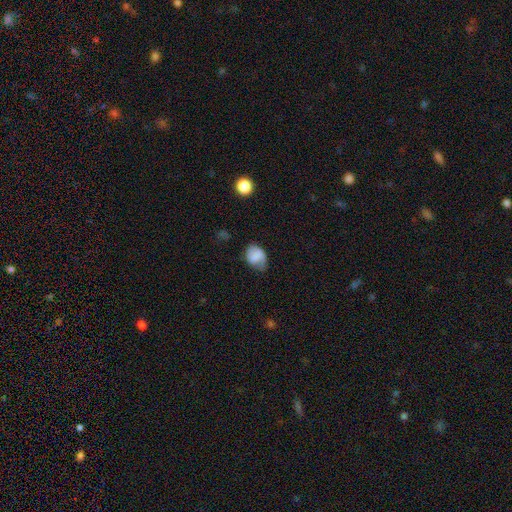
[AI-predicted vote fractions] Smooth or featured? Predicted: smooth (p=0.69). How rounded? Predicted: in between (p=0.63). Merging? Predicted: none (p=0.49).